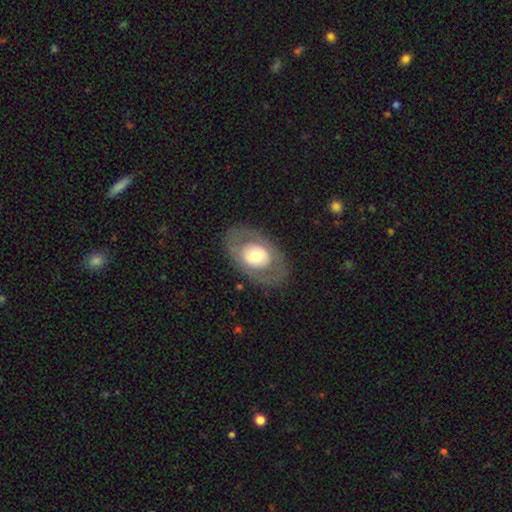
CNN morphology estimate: type=featured or disk (48%); merging=none (80%).